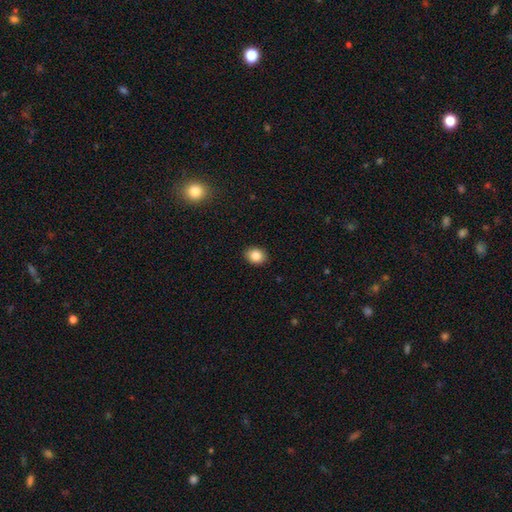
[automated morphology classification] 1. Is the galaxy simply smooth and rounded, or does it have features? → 86% smooth, 9% star or artifact, 6% featured or disk.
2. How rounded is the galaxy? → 53% in between, 46% round, 1% cigar-shaped.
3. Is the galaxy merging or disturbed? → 90% none, 7% minor disturbance, 2% major disturbance, 1% merger.